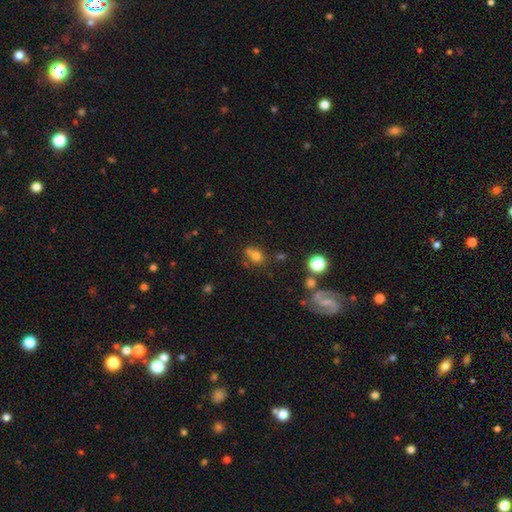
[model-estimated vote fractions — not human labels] Q: Smooth or featured?
A: smooth (71%); runner-up: star or artifact (17%)
Q: How rounded?
A: round (66%); runner-up: in between (33%)
Q: Merging?
A: none (51%); runner-up: merger (29%)